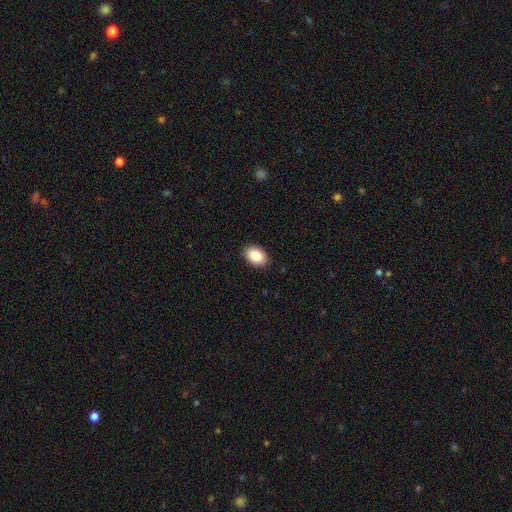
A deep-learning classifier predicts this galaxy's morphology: Smooth or featured: smooth — 87% (star or artifact — 8%)
How rounded: in between — 82% (round — 17%)
Merging: none — 89% (minor disturbance — 8%)